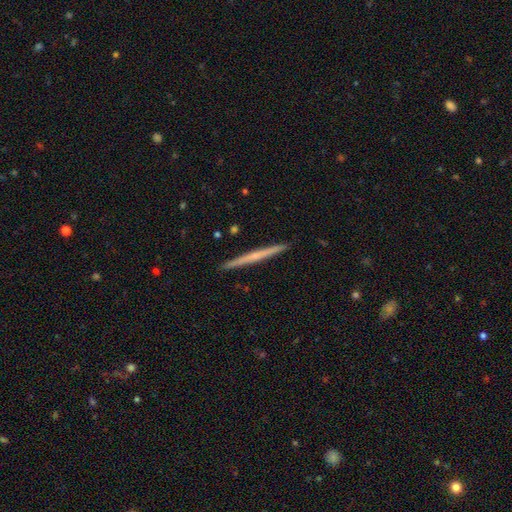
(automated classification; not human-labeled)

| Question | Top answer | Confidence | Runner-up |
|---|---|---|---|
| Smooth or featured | featured or disk | 54% | smooth (40%) |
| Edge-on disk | yes | 98% | no (2%) |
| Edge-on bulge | none | 75% | rounded (21%) |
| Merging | none | 93% | minor disturbance (5%) |